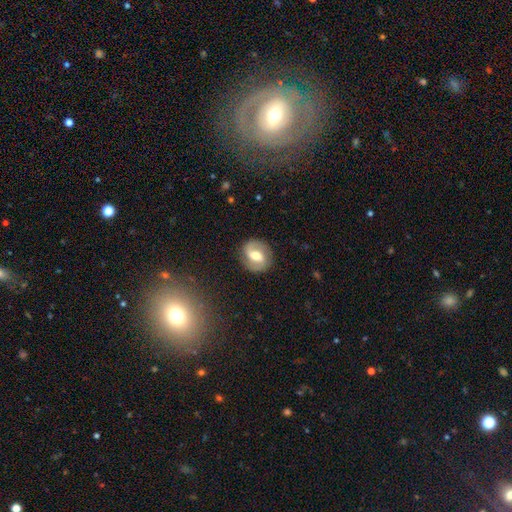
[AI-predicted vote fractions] This appears to be a featured or disk galaxy (71%) with a weak bar (47%), 2 (87%) medium (47%) spiral arms (87%) and a moderate central bulge (70%). Merging: none (84%).